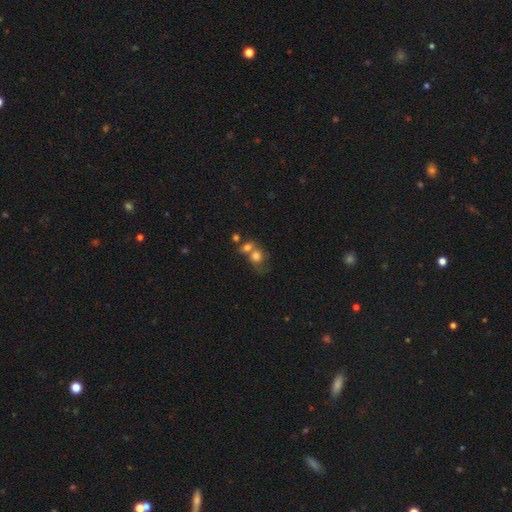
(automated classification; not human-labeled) Smooth or featured: smooth — 73% (featured or disk — 17%)
How rounded: round — 63% (in between — 36%)
Merging: merger — 57% (none — 25%)